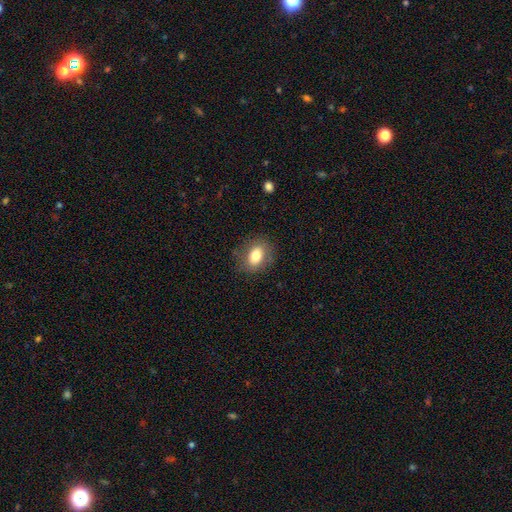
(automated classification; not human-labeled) smooth 78%, featured or disk 13%, star or artifact 9%. Down the decision tree: how rounded — in between (72%); merging — none (80%).